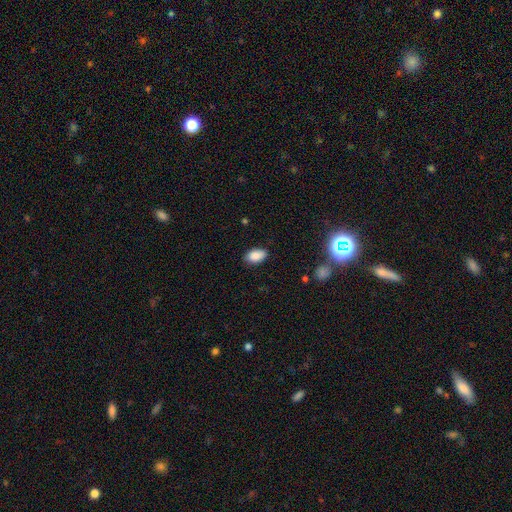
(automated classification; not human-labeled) smooth_or_featured: smooth (p=0.88) [alt: star or artifact p=0.08]
how_rounded: in between (p=0.93) [alt: round p=0.05]
merging: none (p=0.83) [alt: minor disturbance p=0.13]